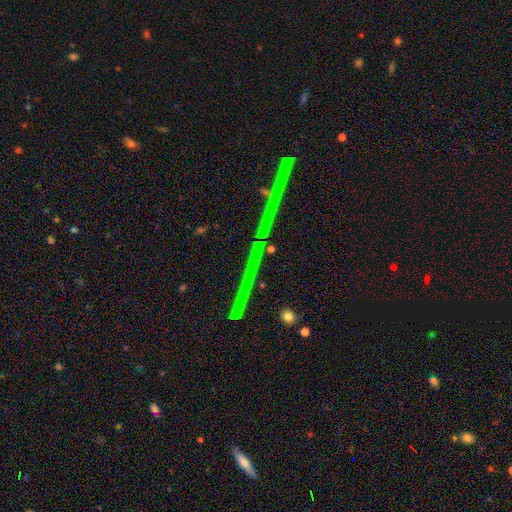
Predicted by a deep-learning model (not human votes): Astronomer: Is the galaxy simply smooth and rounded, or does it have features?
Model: star or artifact — 69%.